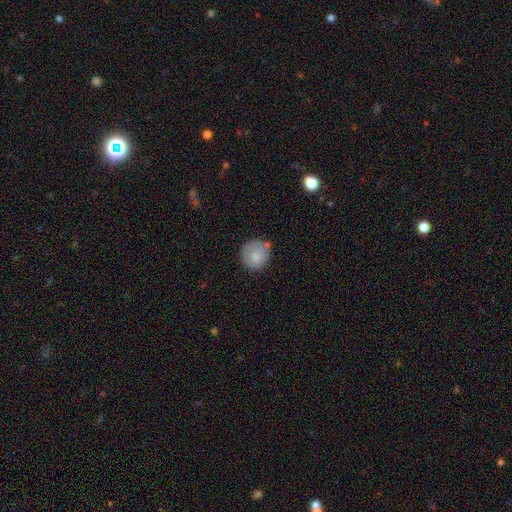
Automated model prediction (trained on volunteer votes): Morphology: type=smooth (84%); roundness=round (91%); merging=none (71%).